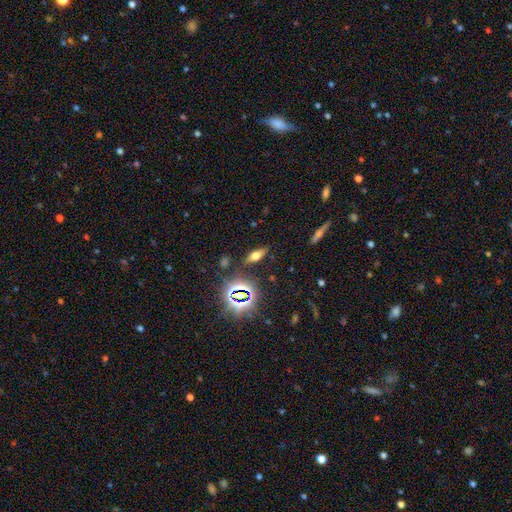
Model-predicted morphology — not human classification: Smooth or featured? Predicted: smooth (p=0.46). Merging? Predicted: none (p=0.84).